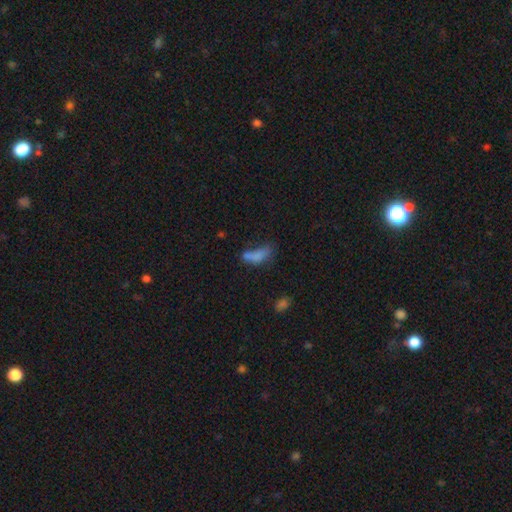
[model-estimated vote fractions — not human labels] This appears to be a smooth galaxy with no disk features (71%) that is in between round and cigar-shaped (67%). Merging: none (29%).